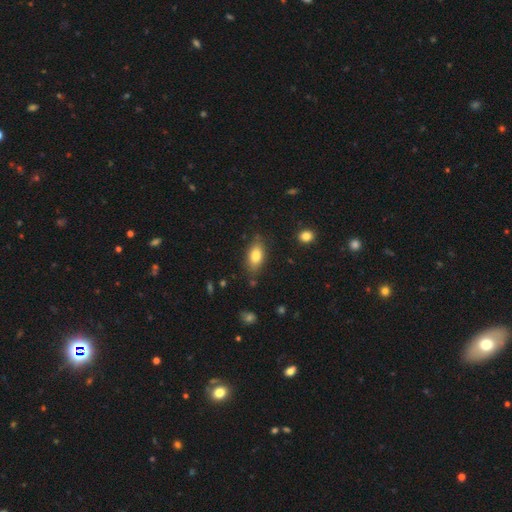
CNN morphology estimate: A smooth galaxy with no disk features (81%) that is in between round and cigar-shaped (88%).

Vote fractions:
- Smooth or featured? smooth: 81% / featured or disk: 11% / star or artifact: 7%
- How rounded? in between: 88% / cigar-shaped: 7% / round: 5%
- Merging? none: 77% / minor disturbance: 17% / major disturbance: 4% / merger: 3%